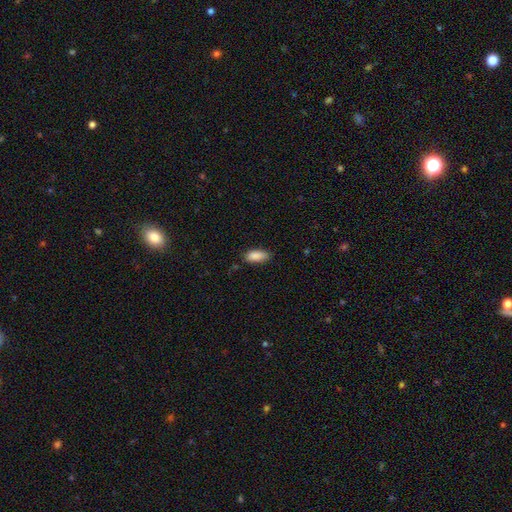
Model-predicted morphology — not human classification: Smooth or featured?
  - smooth: 89% *
  - star or artifact: 7%
  - featured or disk: 4%
How rounded?
  - in between: 82% *
  - cigar-shaped: 16%
  - round: 2%
Merging?
  - none: 80% *
  - minor disturbance: 16%
  - major disturbance: 3%
  - merger: 1%